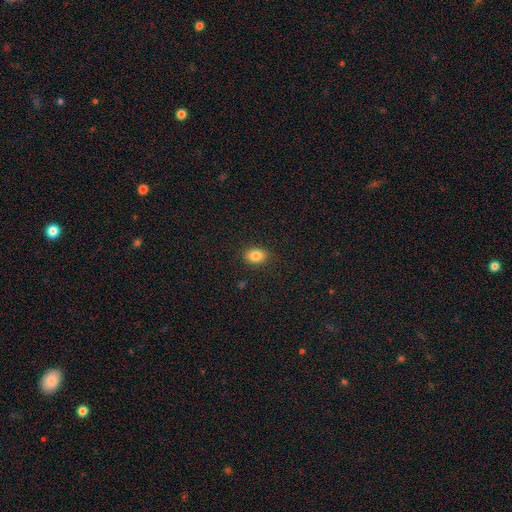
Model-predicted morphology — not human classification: This is clearly a smooth galaxy (84%). How rounded: likely in between (72%). Merging: clearly none (89%).